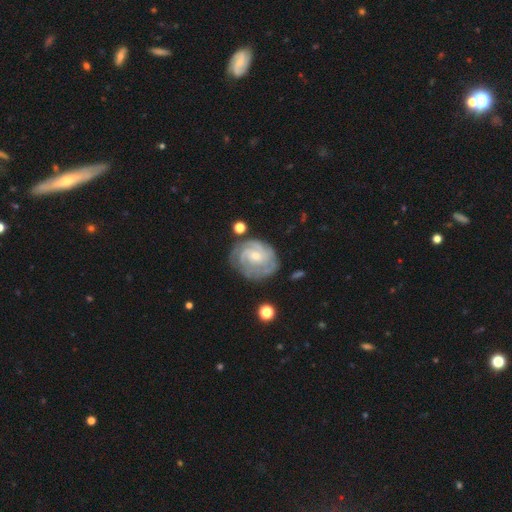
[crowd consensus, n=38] Smooth or featured?
  - featured or disk: 92% *
  - smooth: 8%
  - star or artifact: 0%
Edge-on disk?
  - no: 94% *
  - yes: 6%
Bar?
  - no: 70% *
  - weak: 27%
  - strong: 3%
Spiral arms?
  - yes: 100% *
  - no: 0%
Spiral winding?
  - tight: 64% *
  - medium: 24%
  - loose: 12%
Spiral arm count?
  - 3: 36% *
  - can't tell: 30%
  - 2: 18%
  - 4: 12%
  - more than 4: 3%
  - 1: 0%
Bulge size?
  - small: 55% *
  - moderate: 42%
  - none: 3%
  - dominant: 0%
  - large: 0%
Merging?
  - none: 79% *
  - minor disturbance: 18%
  - merger: 3%
  - major disturbance: 0%